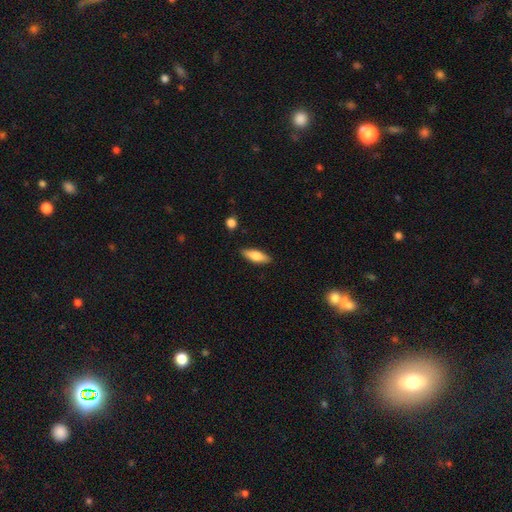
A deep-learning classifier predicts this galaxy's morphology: Smooth or featured: smooth — 70% (featured or disk — 24%)
How rounded: in between — 57% (cigar-shaped — 41%)
Merging: none — 86% (minor disturbance — 10%)